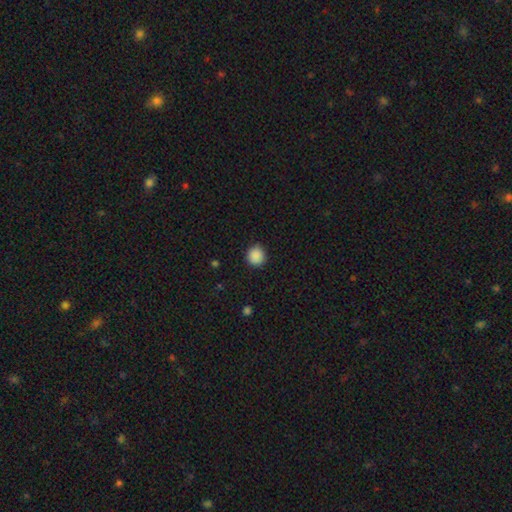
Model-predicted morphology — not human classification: type=smooth (89%); roundness=round (91%); merging=none (89%).